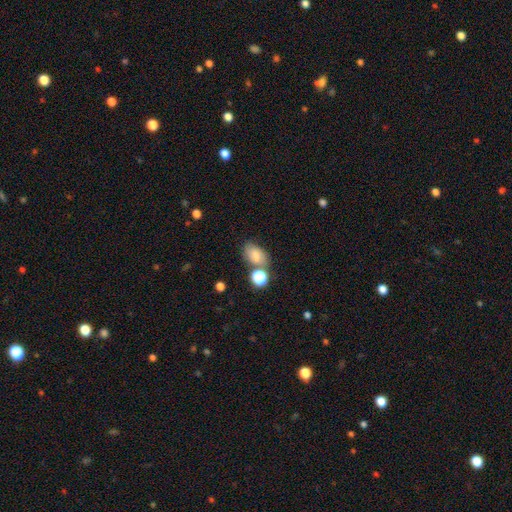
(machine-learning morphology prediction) Overall: smooth (77%). How rounded: in between (80%). Merging: none (61%).